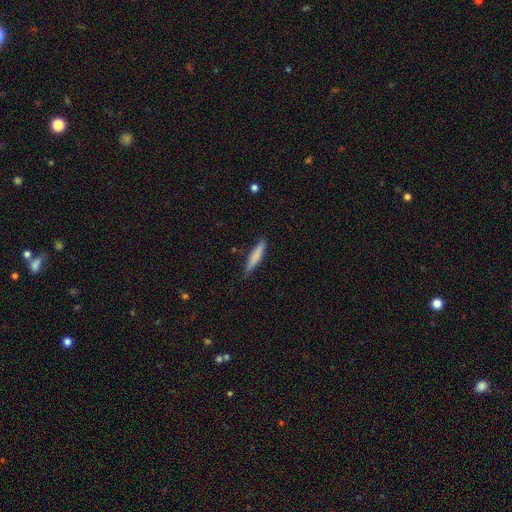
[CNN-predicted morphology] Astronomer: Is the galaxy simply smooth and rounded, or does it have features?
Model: smooth — 78%.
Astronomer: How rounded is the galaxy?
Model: cigar-shaped — 86%.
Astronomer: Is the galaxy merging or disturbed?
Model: none — 81%.